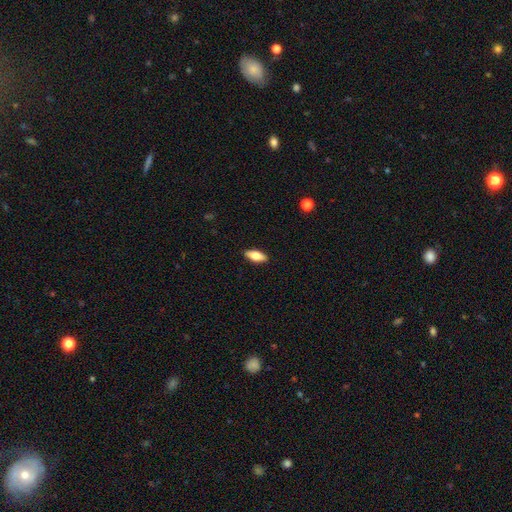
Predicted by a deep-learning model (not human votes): A smooth galaxy with no disk features (72%) that is in between round and cigar-shaped (78%). Merging: none (89%).